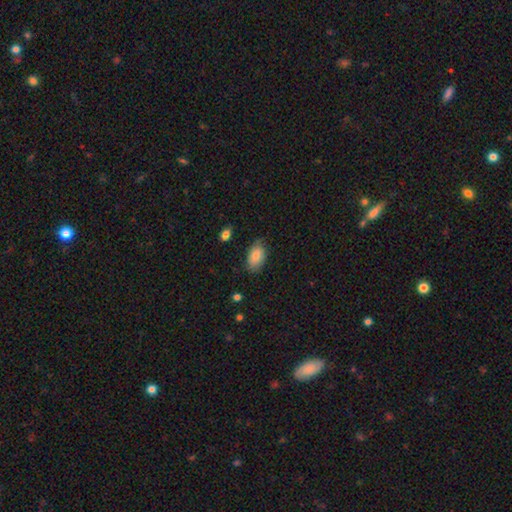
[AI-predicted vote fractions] This appears to be a smooth galaxy with no disk features (83%) that is in between round and cigar-shaped (92%). Merging: none (75%).